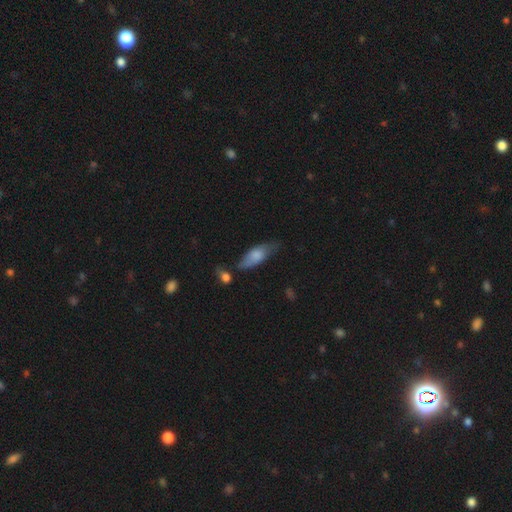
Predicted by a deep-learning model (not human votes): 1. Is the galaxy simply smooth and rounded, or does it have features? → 71% smooth, 23% featured or disk, 6% star or artifact.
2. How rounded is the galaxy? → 71% in between, 26% cigar-shaped, 3% round.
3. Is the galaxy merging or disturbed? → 49% none, 32% minor disturbance, 10% major disturbance, 9% merger.